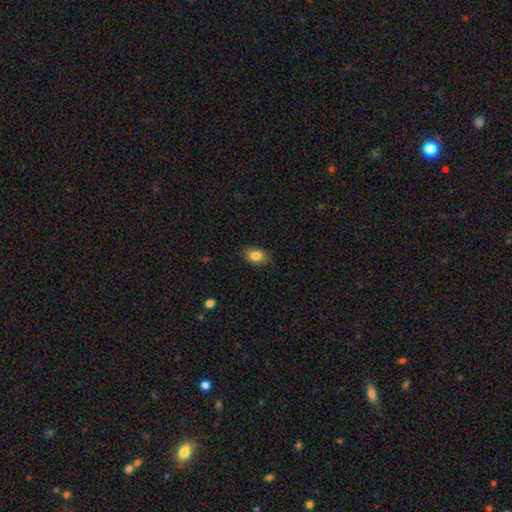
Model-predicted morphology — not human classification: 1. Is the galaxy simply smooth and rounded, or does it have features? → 83% smooth, 8% star or artifact, 8% featured or disk.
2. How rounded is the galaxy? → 82% in between, 17% round, 1% cigar-shaped.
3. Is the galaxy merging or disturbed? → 85% none, 12% minor disturbance, 2% major disturbance, 1% merger.